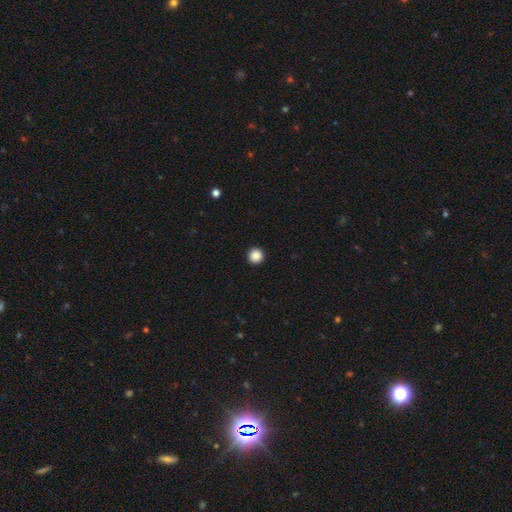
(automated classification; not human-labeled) Smooth or featured? smooth (88%)
How rounded? round (96%)
Merging? none (94%)